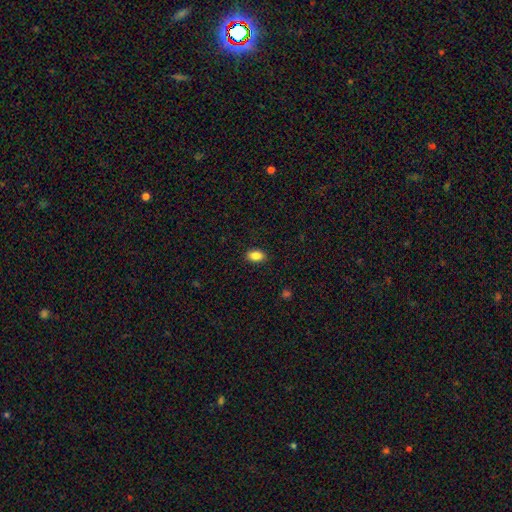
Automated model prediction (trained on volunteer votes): Smooth or featured?
  - smooth: 87% *
  - star or artifact: 8%
  - featured or disk: 5%
How rounded?
  - in between: 89% *
  - round: 9%
  - cigar-shaped: 2%
Merging?
  - none: 88% *
  - minor disturbance: 8%
  - major disturbance: 2%
  - merger: 1%